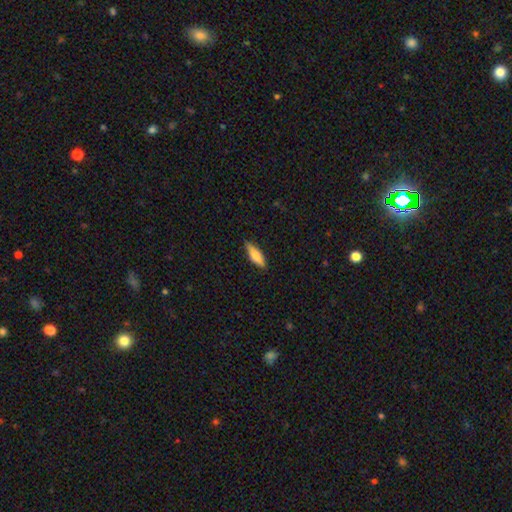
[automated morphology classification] A smooth galaxy with no disk features (76%) that is cigar-shaped (49%, tied with in between). Merging: none (82%).